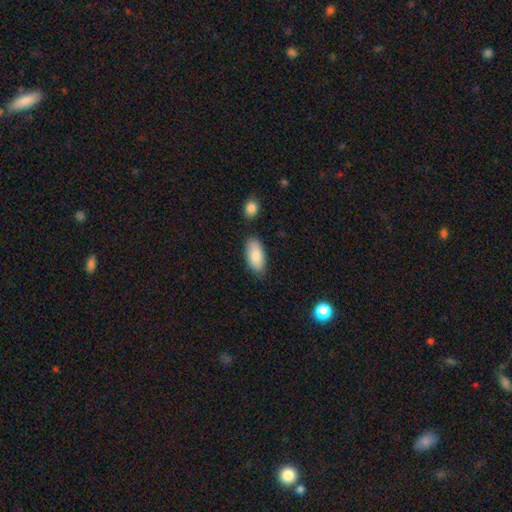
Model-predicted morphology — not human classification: Overall: smooth (86%). How rounded: in between (92%). Merging: none (79%).